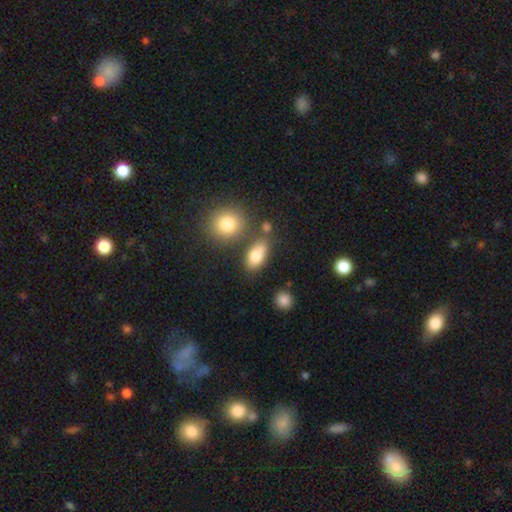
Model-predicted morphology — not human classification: Smooth or featured? smooth (81%)
How rounded? in between (84%)
Merging? none (61%)